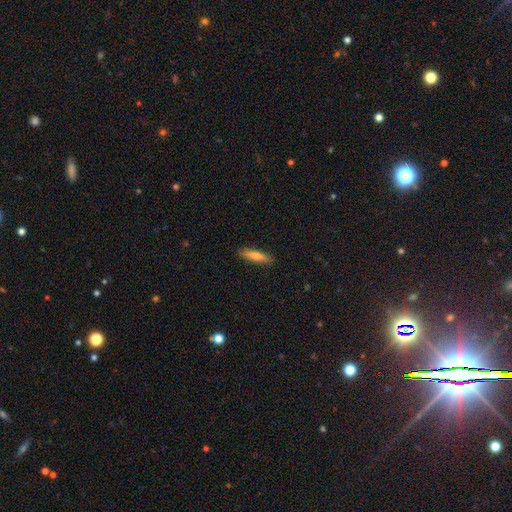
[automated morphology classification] The model was most divided on "smooth or featured": smooth: 71%, featured or disk: 23%, star or artifact: 6%. More confident: merging — none (89%); how rounded — cigar-shaped (79%).